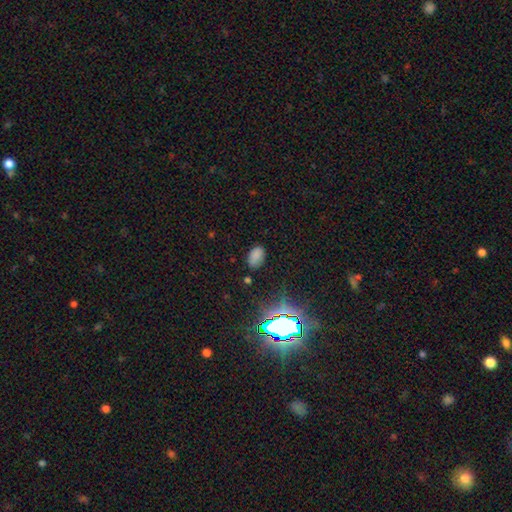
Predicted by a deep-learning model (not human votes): A smooth galaxy with no disk features (76%) that is in between round and cigar-shaped (91%). Merging: none (79%).